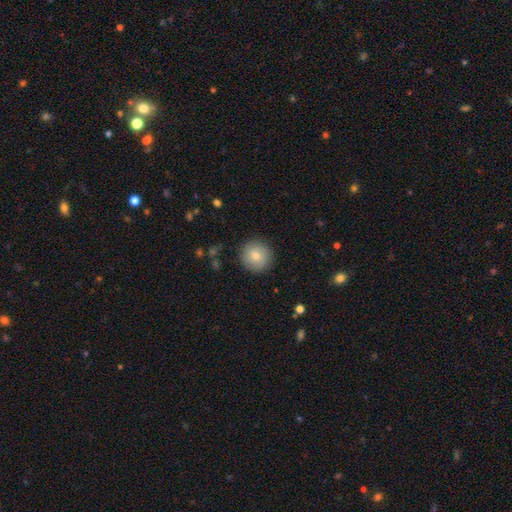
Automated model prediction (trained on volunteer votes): The model was most divided on "smooth or featured": smooth: 76%, featured or disk: 13%, star or artifact: 10%. More confident: how rounded — round (94%); merging — none (90%).